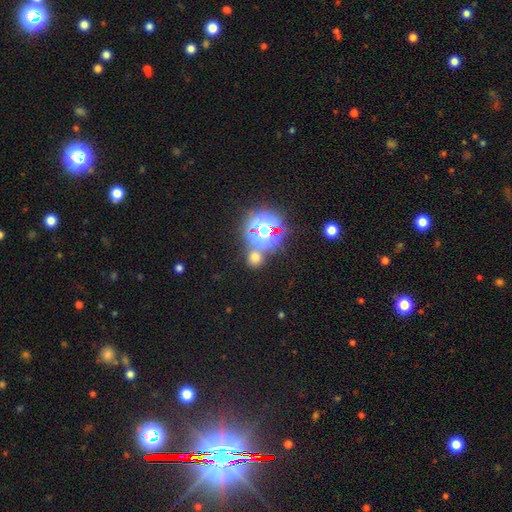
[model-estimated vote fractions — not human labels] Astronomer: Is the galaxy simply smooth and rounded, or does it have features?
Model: star or artifact — 67%.